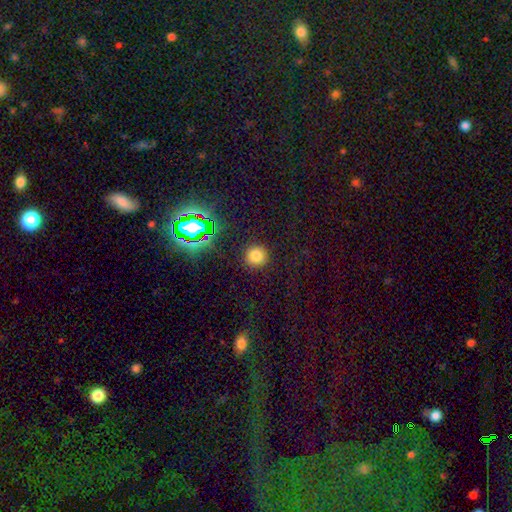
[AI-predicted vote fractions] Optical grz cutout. It shows a smooth galaxy with no disk features (75%) that is round (93%). Merging: none (90%).